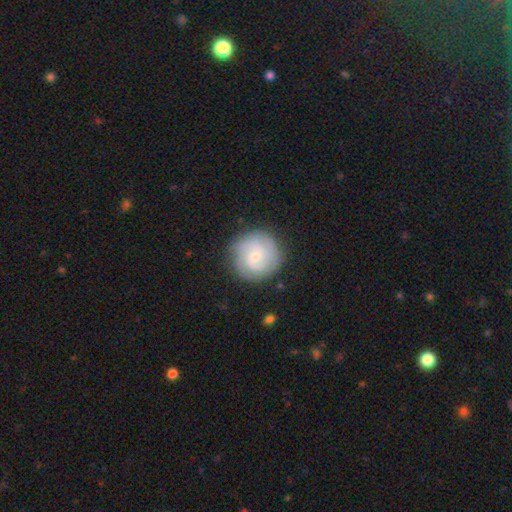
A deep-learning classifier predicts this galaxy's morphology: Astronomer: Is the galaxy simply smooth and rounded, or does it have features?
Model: featured or disk — 67%.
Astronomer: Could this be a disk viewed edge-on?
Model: no — 98%.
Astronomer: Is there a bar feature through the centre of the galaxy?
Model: no — 59% (runner-up: weak, 36%).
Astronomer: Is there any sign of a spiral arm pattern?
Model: yes — 93%.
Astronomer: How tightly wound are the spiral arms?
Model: tight — 56% (runner-up: medium, 35%).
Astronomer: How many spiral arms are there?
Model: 2 — 37% (runner-up: can't tell, 25%).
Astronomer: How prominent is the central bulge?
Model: small — 72%.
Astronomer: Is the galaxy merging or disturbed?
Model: none — 83%.